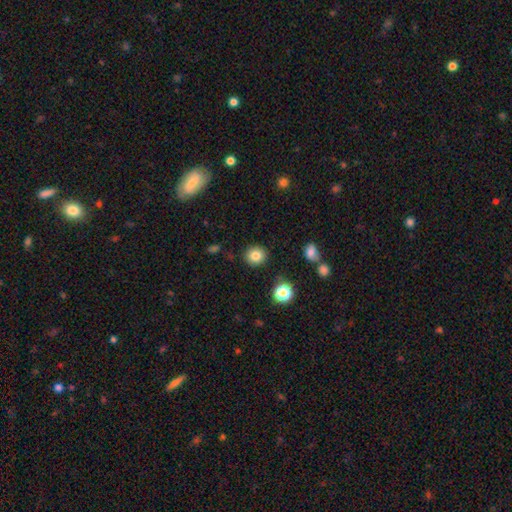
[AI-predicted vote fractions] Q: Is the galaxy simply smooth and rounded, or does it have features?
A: smooth — 82%.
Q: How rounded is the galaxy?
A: round — 84%.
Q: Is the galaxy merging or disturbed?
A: none — 89%.